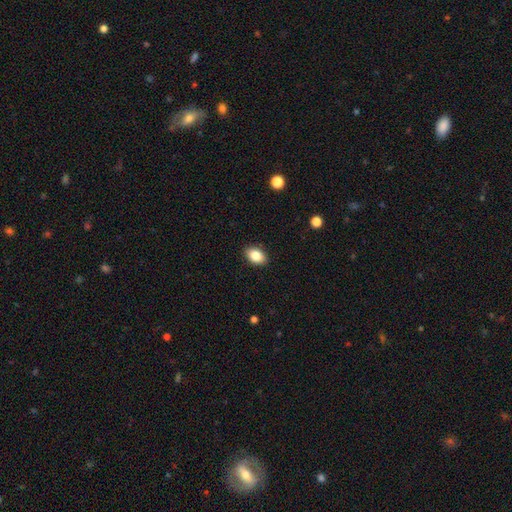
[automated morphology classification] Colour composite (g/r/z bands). It shows a smooth galaxy with no disk features (85%) that is in between round and cigar-shaped (85%). Merging: none (89%).